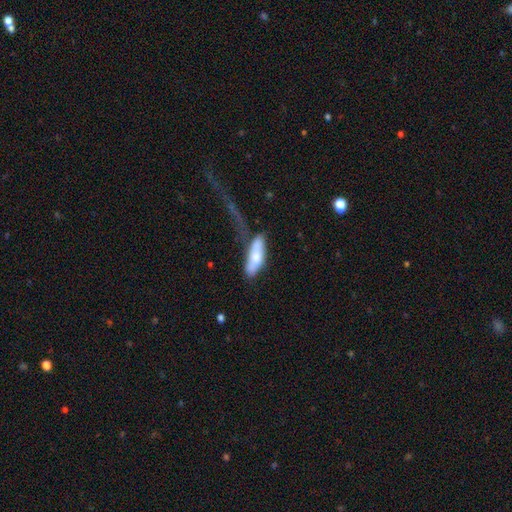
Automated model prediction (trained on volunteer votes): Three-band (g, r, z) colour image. It shows a smooth galaxy with no disk features (68%) that is in between round and cigar-shaped (60%). Merging: none (40%).